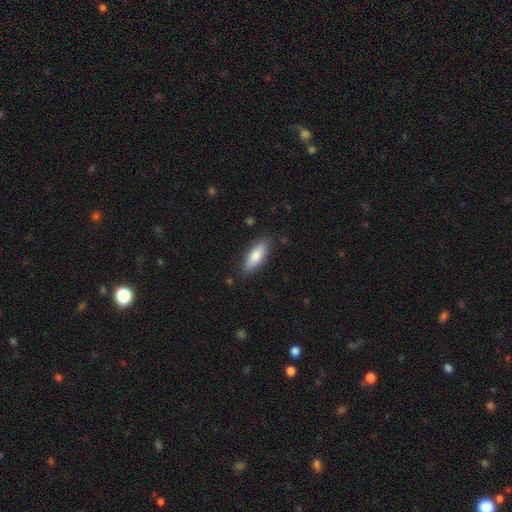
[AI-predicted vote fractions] A smooth galaxy with no disk features (82%) that is in between round and cigar-shaped (63%). Merging: none (84%).